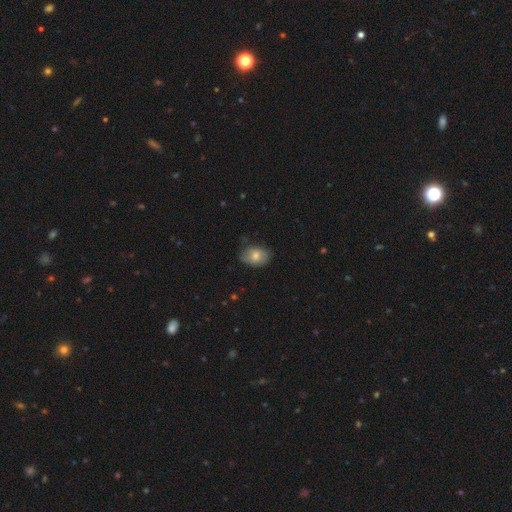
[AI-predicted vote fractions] A smooth galaxy with no disk features (74%) that is in between round and cigar-shaped (72%).

Vote fractions:
- Smooth or featured? smooth: 74% / featured or disk: 18% / star or artifact: 8%
- How rounded? in between: 72% / round: 26% / cigar-shaped: 1%
- Merging? none: 72% / minor disturbance: 22% / major disturbance: 4% / merger: 1%